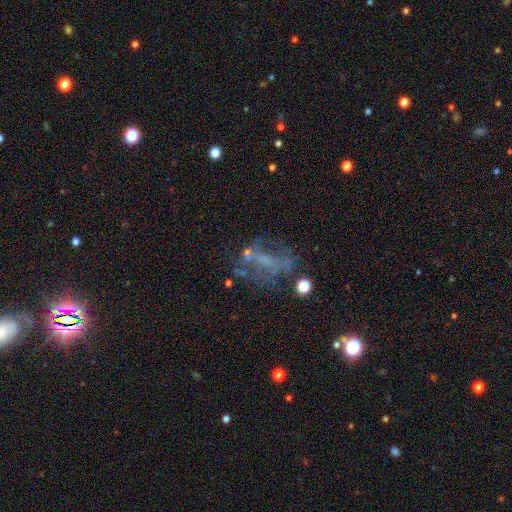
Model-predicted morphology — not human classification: A featured or disk galaxy (53%).

Vote fractions:
- Smooth or featured? featured or disk: 53% / star or artifact: 24% / smooth: 23%
- Edge-on disk? no: 92% / yes: 8%
- Merging? none: 42% / major disturbance: 31% / minor disturbance: 17% / merger: 9%